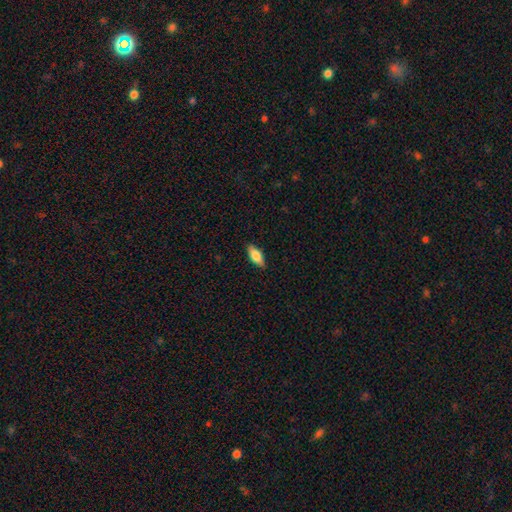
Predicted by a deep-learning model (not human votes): Morphology: type=smooth (74%); roundness=in between (78%); merging=none (86%).